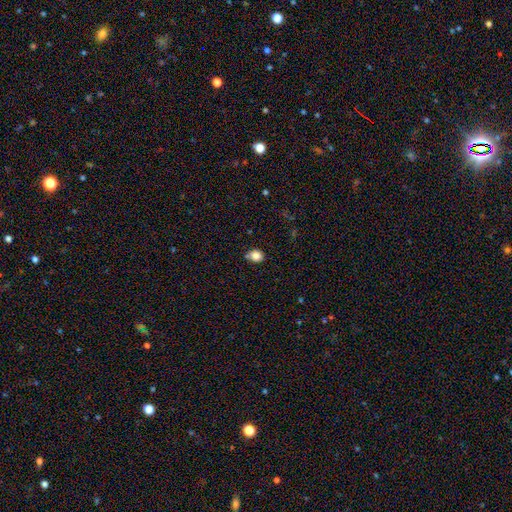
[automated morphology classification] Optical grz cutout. It shows a smooth galaxy with no disk features (84%) that is round (71%). Merging: none (67%).